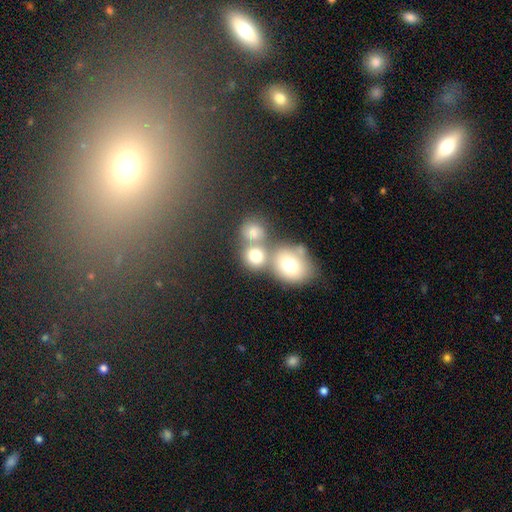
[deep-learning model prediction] The model was most divided on "merging": merger: 48%, none: 39%, minor disturbance: 8%, major disturbance: 5%. More confident: how rounded — round (75%); smooth or featured — smooth (73%).